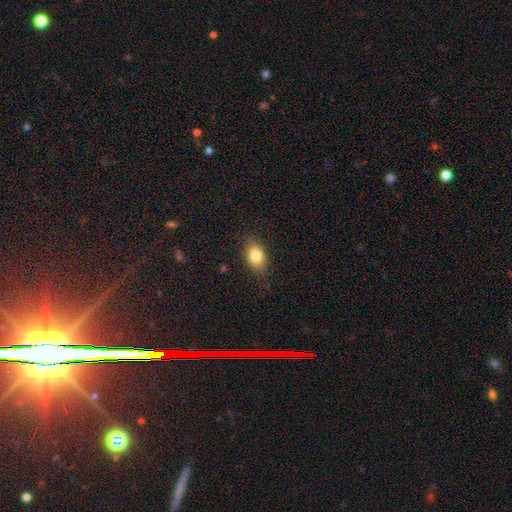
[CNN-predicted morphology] Smooth or featured? Predicted: smooth (p=0.81). How rounded? Predicted: in between (p=0.87). Merging? Predicted: none (p=0.84).